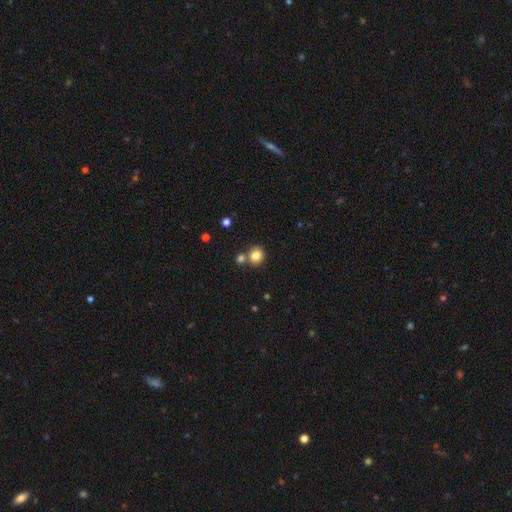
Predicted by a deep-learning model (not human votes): smooth-or-featured: smooth: 81% | star or artifact: 11% | featured or disk: 8%
  how-rounded: round: 80% | in between: 19% | cigar-shaped: 1%
  merging: none: 64% | merger: 24% | minor disturbance: 9% | major disturbance: 3%